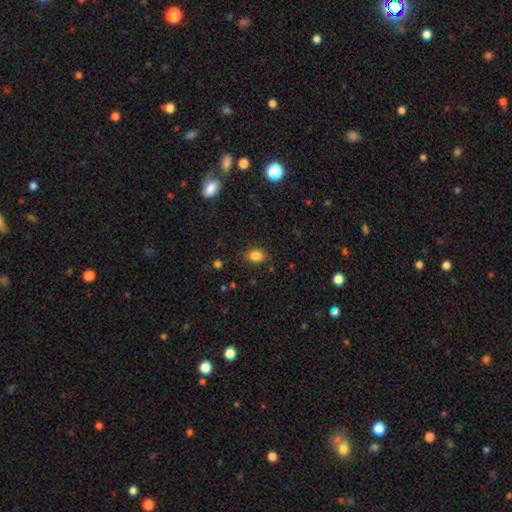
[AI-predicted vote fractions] smooth-or-featured: smooth: 84% | star or artifact: 11% | featured or disk: 5%
  how-rounded: in between: 53% | round: 46% | cigar-shaped: 1%
  merging: none: 86% | minor disturbance: 10% | major disturbance: 3% | merger: 1%